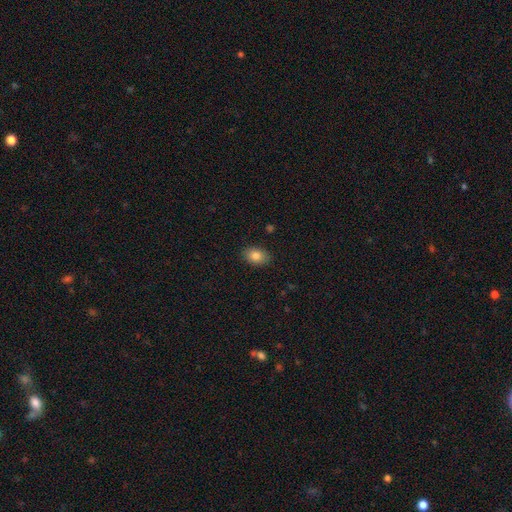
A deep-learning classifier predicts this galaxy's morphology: The model was most divided on "how rounded": in between: 79%, round: 20%, cigar-shaped: 1%. More confident: merging — none (88%); smooth or featured — smooth (84%).